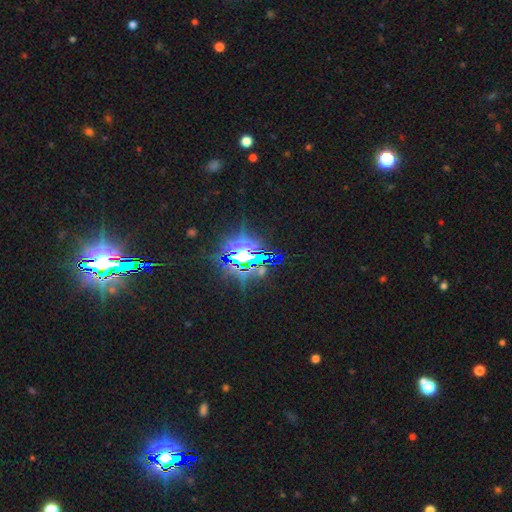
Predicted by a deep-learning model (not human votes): Smooth or featured? star or artifact (85%)